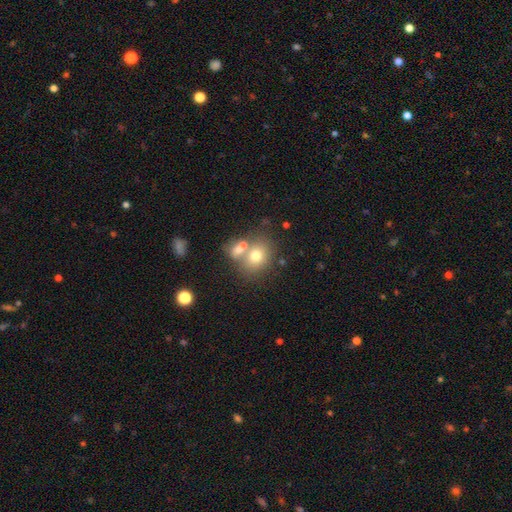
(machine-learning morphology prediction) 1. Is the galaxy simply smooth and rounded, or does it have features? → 69% smooth, 19% featured or disk, 12% star or artifact.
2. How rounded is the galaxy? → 60% round, 39% in between, 1% cigar-shaped.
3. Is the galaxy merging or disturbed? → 43% merger (tied), 43% none (tied), 10% minor disturbance, 5% major disturbance.